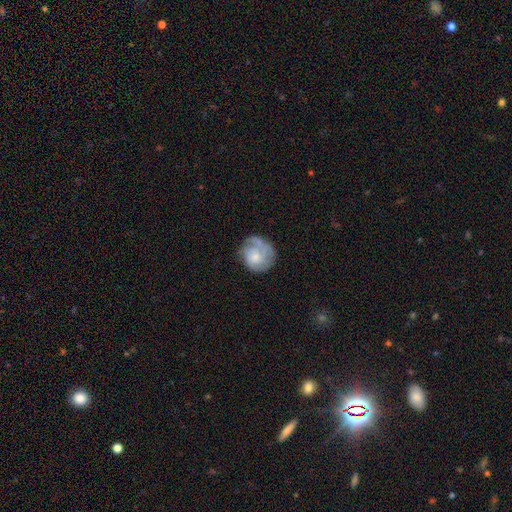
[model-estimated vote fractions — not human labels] This is likely a featured or disk galaxy (61%). It is clearly not viewed edge-on (98%). Bar: likely no (76%). Spiral arm pattern: clearly yes (83%). Central bulge: possibly small (47%). Merging: possibly none (58%).